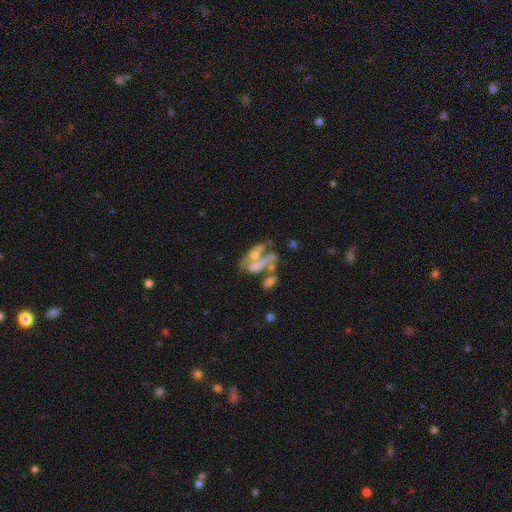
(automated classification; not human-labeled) Overall: featured or disk (54%; smooth 32%). Edge-on disk: no (84%). Merging: merger (44%; none 24%).